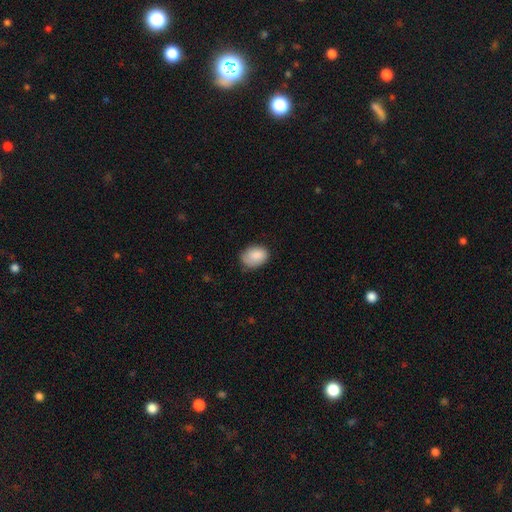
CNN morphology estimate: A smooth galaxy with no disk features (86%) that is in between round and cigar-shaped (73%). Merging: none (67%).